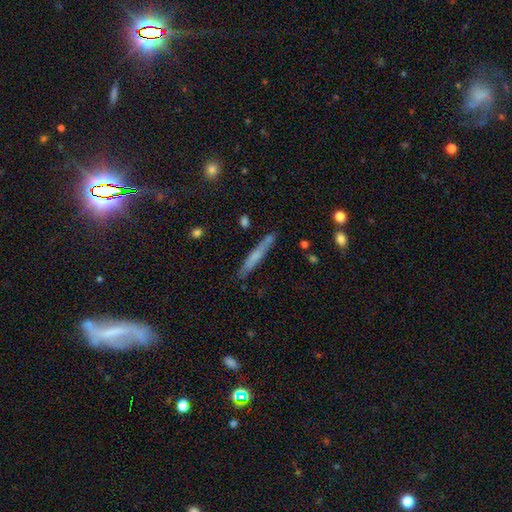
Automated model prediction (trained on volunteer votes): Smooth or featured? Predicted: smooth (p=0.53). How rounded? Predicted: cigar-shaped (p=0.95). Merging? Predicted: none (p=0.83).